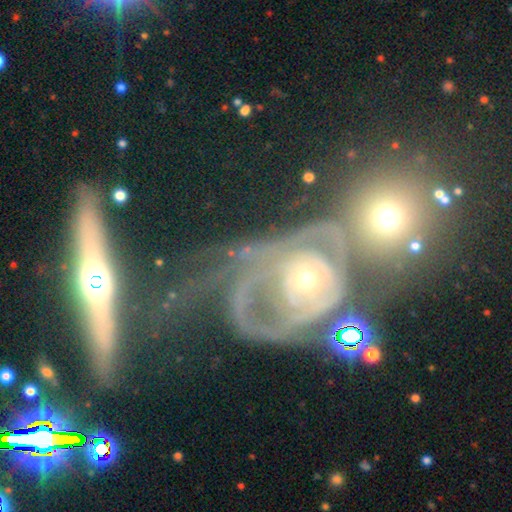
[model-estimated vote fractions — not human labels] Smooth or featured? featured or disk (71%)
Edge-on disk? no (93%)
Bar? no (79%)
Spiral arms? yes (62%)
Bulge size? small (55%)
Merging? merger (45%)